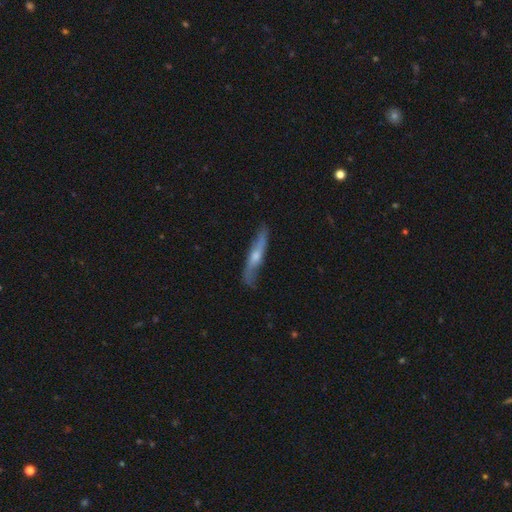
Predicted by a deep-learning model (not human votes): Morphology: type=featured or disk (67%); edge-on=yes (71%); merging=none (77%).